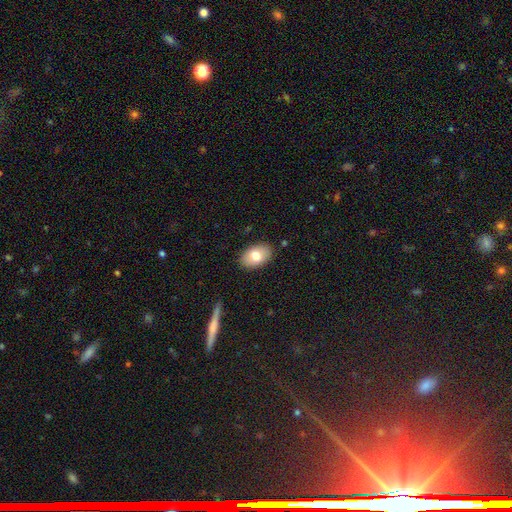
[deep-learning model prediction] smooth 76%, featured or disk 17%, star or artifact 7%. Down the decision tree: how rounded — in between (90%); merging — none (87%).